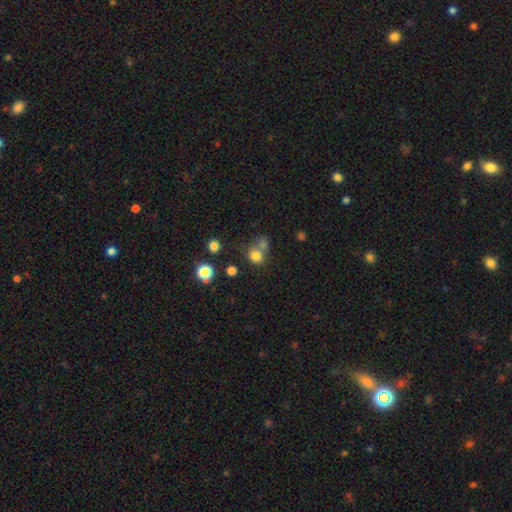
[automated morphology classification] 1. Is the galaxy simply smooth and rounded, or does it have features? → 76% smooth, 16% star or artifact, 8% featured or disk.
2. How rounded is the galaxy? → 78% round, 21% in between, 1% cigar-shaped.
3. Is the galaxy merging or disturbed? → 49% none, 37% merger, 10% minor disturbance, 5% major disturbance.